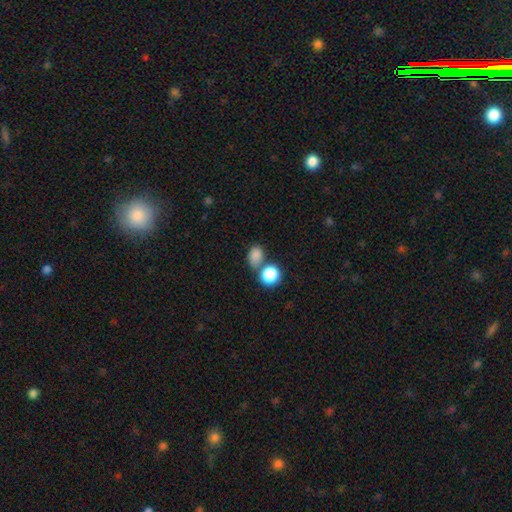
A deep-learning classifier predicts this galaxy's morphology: smooth_or_featured: smooth (p=0.83) [alt: star or artifact p=0.11]
how_rounded: in between (p=0.56) [alt: round p=0.42]
merging: none (p=0.47) [alt: merger p=0.35]